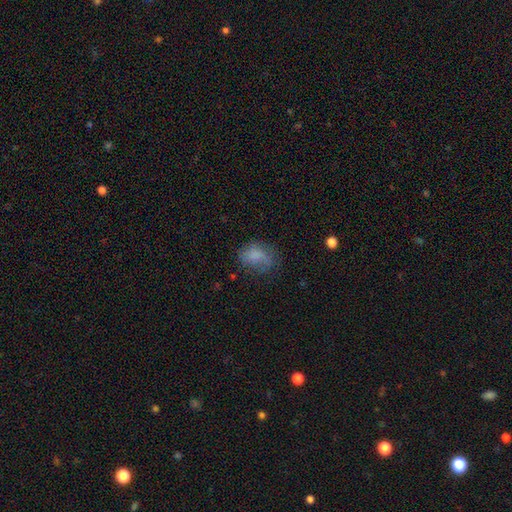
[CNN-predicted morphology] type=smooth (73%); roundness=in between (73%); merging=none (49%).